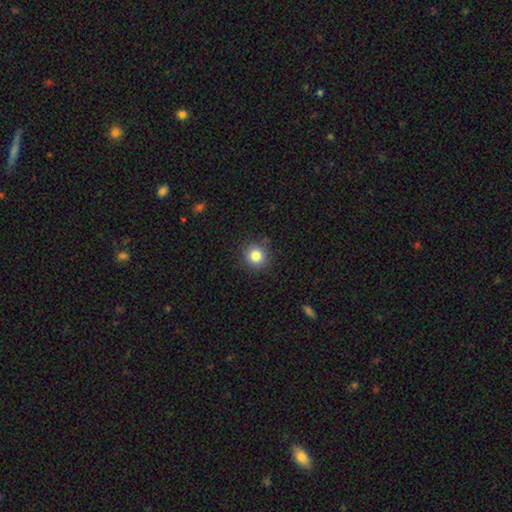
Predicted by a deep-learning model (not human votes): A smooth galaxy with no disk features (83%) that is round (92%). Merging: none (88%).